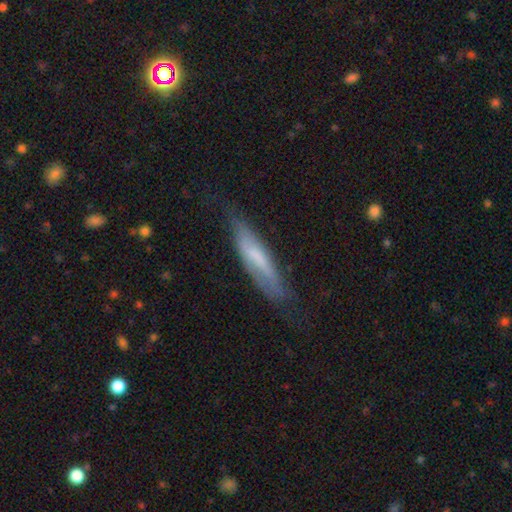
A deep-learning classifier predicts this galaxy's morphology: This is possibly a smooth galaxy (48%). Merging: likely none (61%).